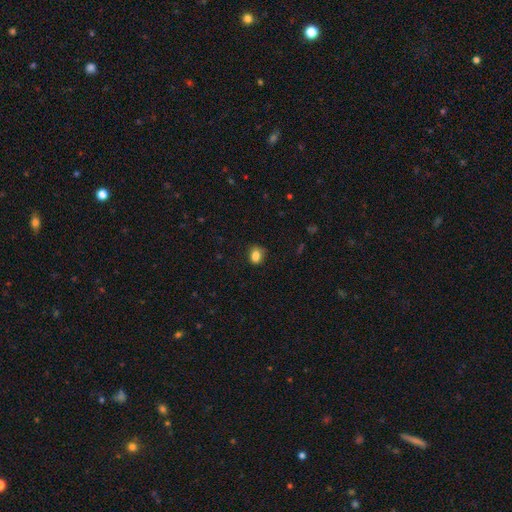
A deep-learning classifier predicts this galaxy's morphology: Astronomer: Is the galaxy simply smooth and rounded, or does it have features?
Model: smooth — 84%.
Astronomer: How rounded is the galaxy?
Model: in between — 53% (runner-up: round, 46%).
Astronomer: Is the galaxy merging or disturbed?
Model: none — 76%.